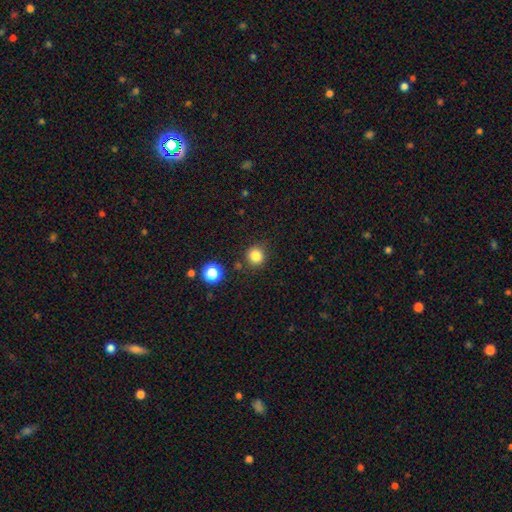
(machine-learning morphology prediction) Smooth or featured? smooth (84%)
How rounded? round (91%)
Merging? none (86%)